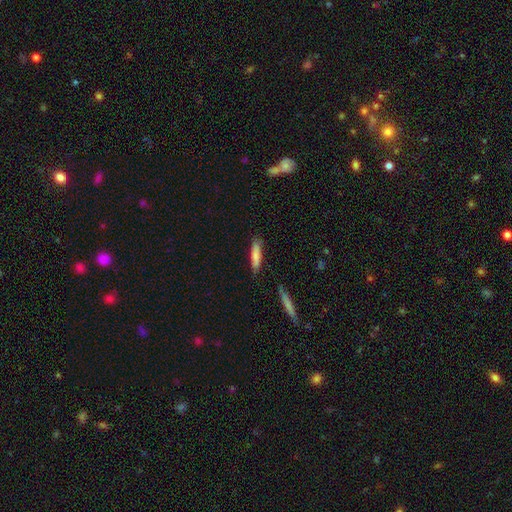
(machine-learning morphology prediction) Q: Smooth or featured?
A: smooth (78%); runner-up: featured or disk (15%)
Q: How rounded?
A: cigar-shaped (79%); runner-up: in between (19%)
Q: Merging?
A: none (80%); runner-up: minor disturbance (15%)